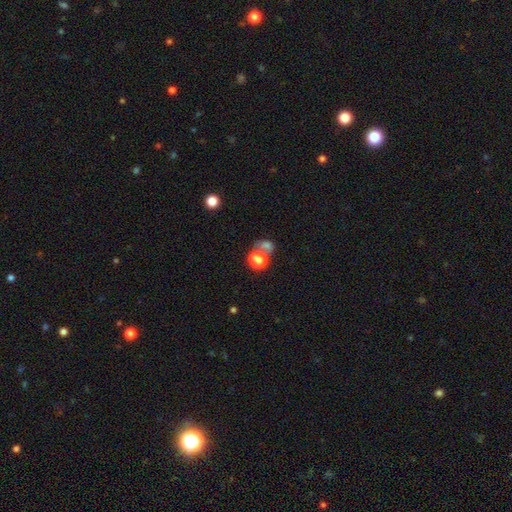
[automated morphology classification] Q: Smooth or featured?
A: smooth (45%); runner-up: star or artifact (40%)
Q: Merging?
A: none (52%); runner-up: merger (30%)